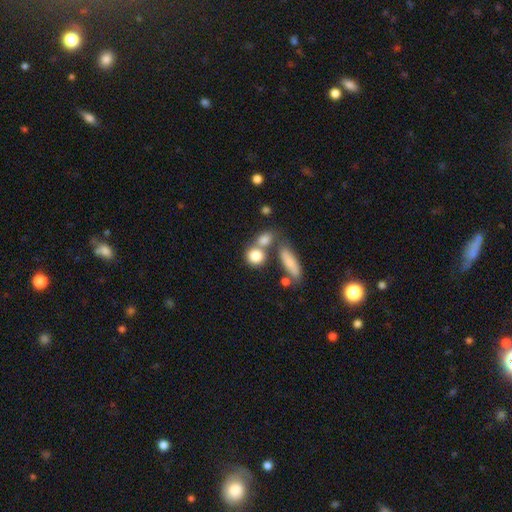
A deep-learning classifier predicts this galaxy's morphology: A smooth galaxy with no disk features (81%) that is round (66%).

Vote fractions:
- Smooth or featured? smooth: 81% / featured or disk: 10% / star or artifact: 9%
- How rounded? round: 66% / in between: 29% / cigar-shaped: 6%
- Merging? none: 47% / merger: 37% / minor disturbance: 10% / major disturbance: 5%